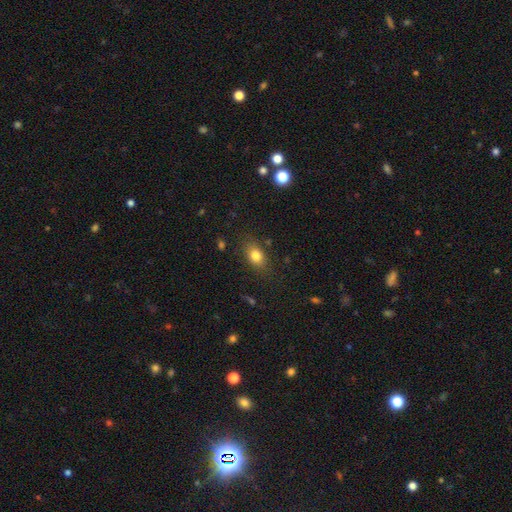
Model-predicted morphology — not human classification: A smooth galaxy with no disk features (79%) that is in between round and cigar-shaped (77%). Merging: none (80%).